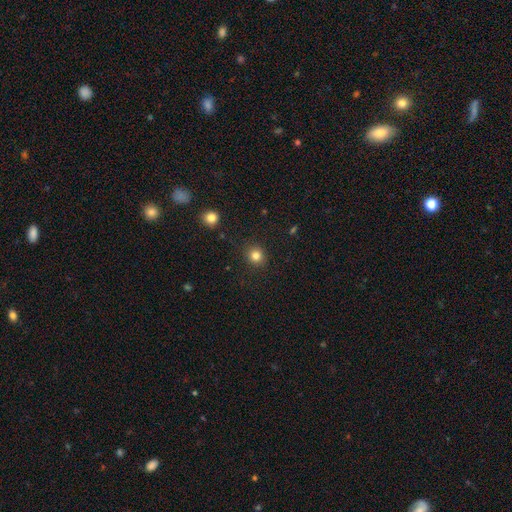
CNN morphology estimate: type=smooth (82%); roundness=round (89%); merging=none (90%).